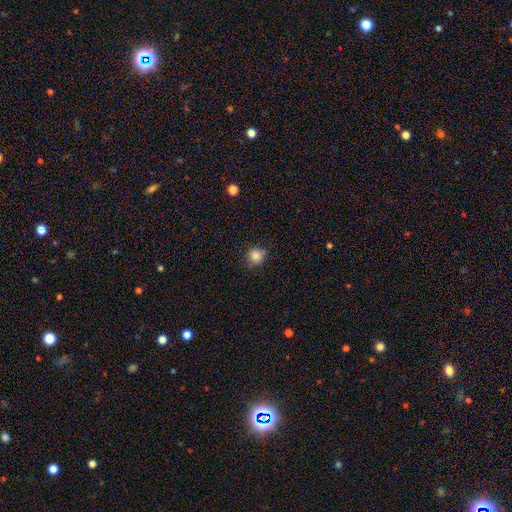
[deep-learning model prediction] Smooth or featured: smooth — 83% (star or artifact — 11%)
How rounded: round — 86% (in between — 13%)
Merging: none — 77% (minor disturbance — 17%)